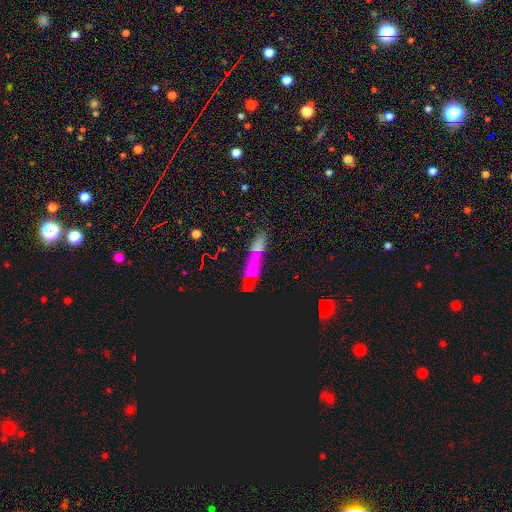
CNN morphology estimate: Smooth or featured? smooth (47%)
Merging? none (52%)